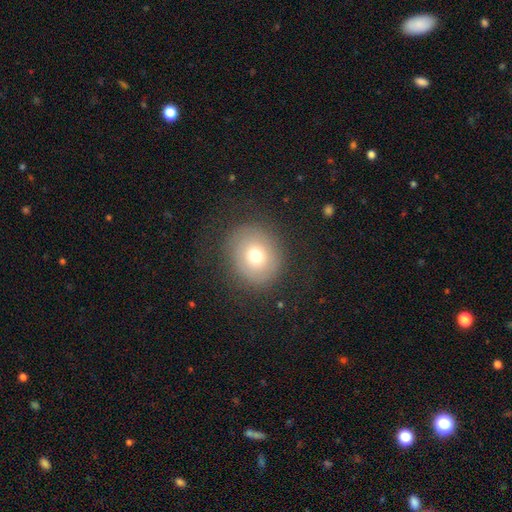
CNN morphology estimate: smooth 67%, featured or disk 21%, star or artifact 12%. Down the decision tree: how rounded — round (82%); merging — none (81%).